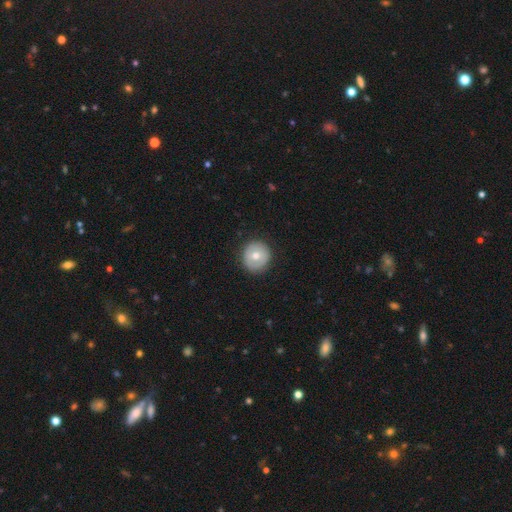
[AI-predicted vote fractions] smooth-or-featured: smooth: 59% | featured or disk: 34% | star or artifact: 7%
  how-rounded: round: 91% | in between: 8% | cigar-shaped: 1%
  merging: none: 88% | minor disturbance: 9% | major disturbance: 2% | merger: 1%